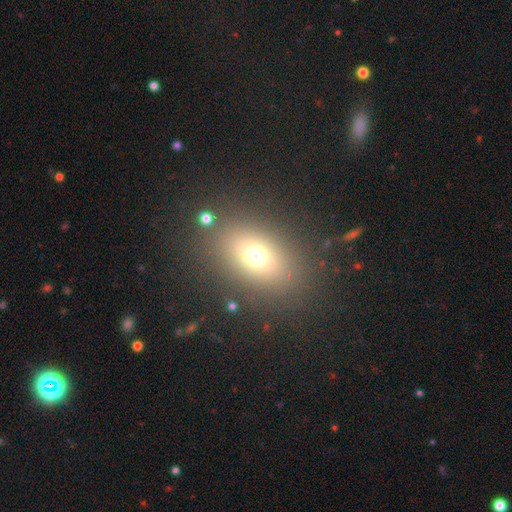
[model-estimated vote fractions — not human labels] This is likely a smooth galaxy (66%). How rounded: likely in between (75%). Merging: clearly none (84%).